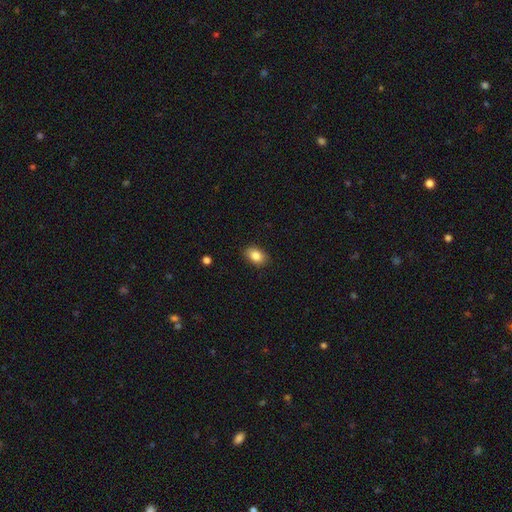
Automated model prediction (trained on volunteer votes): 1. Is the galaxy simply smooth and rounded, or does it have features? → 85% smooth, 8% star or artifact, 7% featured or disk.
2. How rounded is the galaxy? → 84% in between, 15% round, 1% cigar-shaped.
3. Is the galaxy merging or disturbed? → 88% none, 9% minor disturbance, 2% major disturbance, 1% merger.